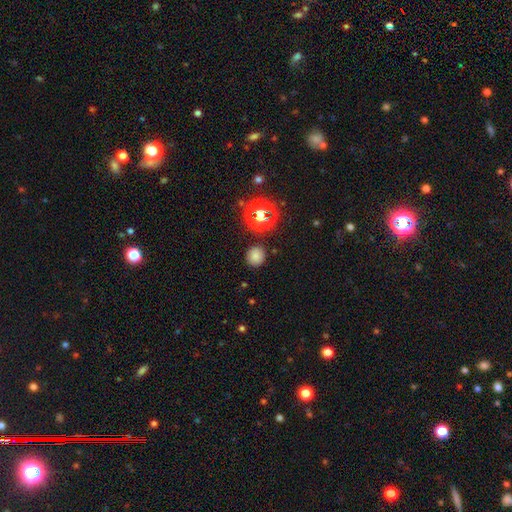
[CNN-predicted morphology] smooth-or-featured: smooth: 74% | star or artifact: 19% | featured or disk: 7%
  how-rounded: round: 90% | in between: 9% | cigar-shaped: 1%
  merging: none: 87% | minor disturbance: 8% | major disturbance: 3% | merger: 2%